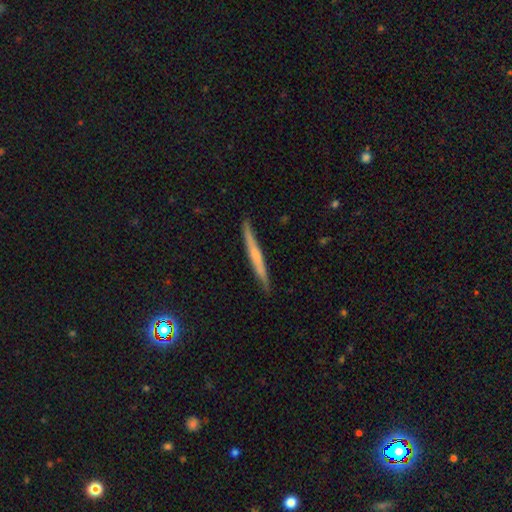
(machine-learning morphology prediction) featured or disk 50%, smooth 44%, star or artifact 6%. Down the decision tree: merging — none (88%).